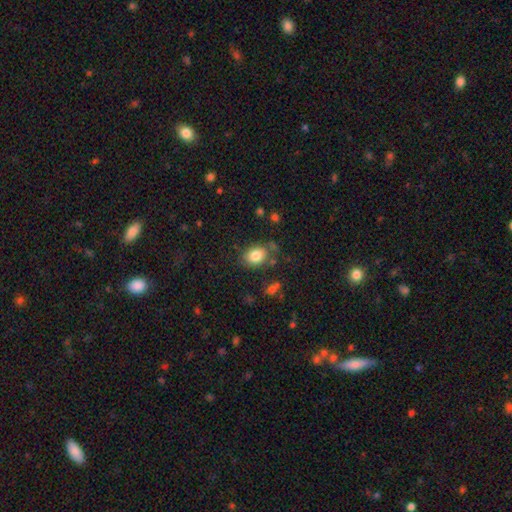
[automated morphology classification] Smooth or featured? Predicted: smooth (p=0.82). How rounded? Predicted: in between (p=0.63). Merging? Predicted: none (p=0.71).